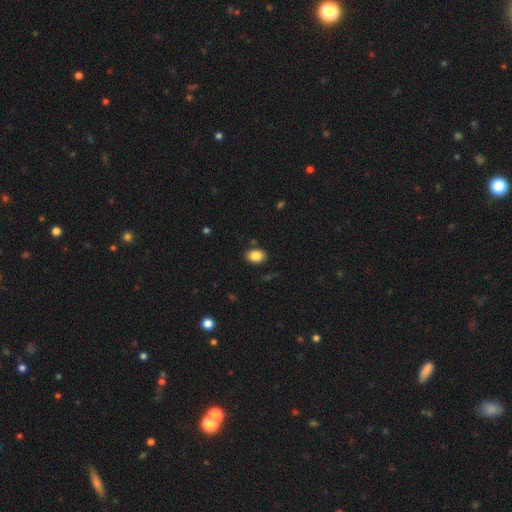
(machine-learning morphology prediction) A smooth galaxy with no disk features (86%) that is in between round and cigar-shaped (77%).

Vote fractions:
- Smooth or featured? smooth: 86% / star or artifact: 9% / featured or disk: 6%
- How rounded? in between: 77% / round: 22% / cigar-shaped: 1%
- Merging? none: 86% / minor disturbance: 10% / major disturbance: 3% / merger: 2%